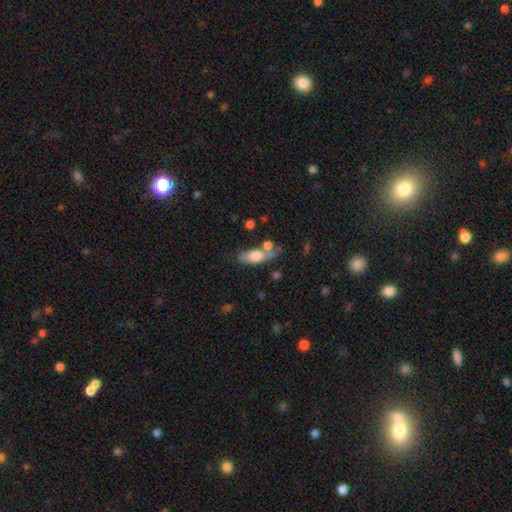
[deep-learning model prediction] Smooth or featured? Predicted: smooth (p=0.69). How rounded? Predicted: in between (p=0.74). Merging? Predicted: none (p=0.50).